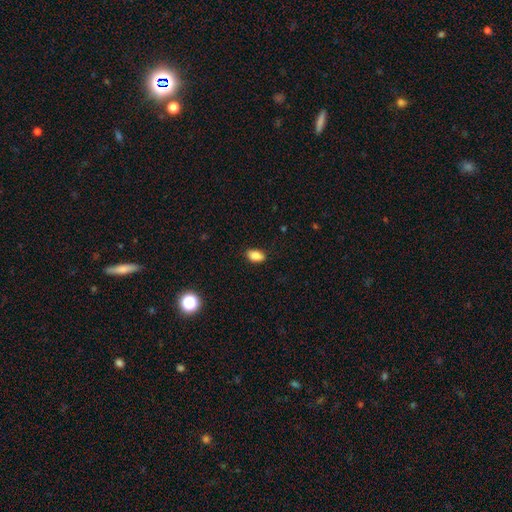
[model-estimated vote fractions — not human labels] Smooth or featured? Predicted: smooth (p=0.87). How rounded? Predicted: in between (p=0.90). Merging? Predicted: none (p=0.83).